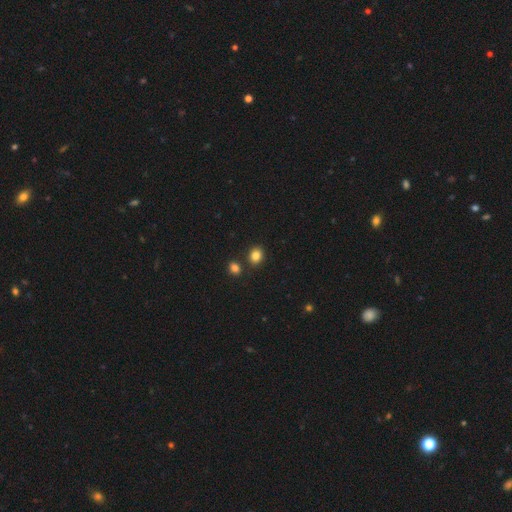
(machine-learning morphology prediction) Smooth or featured? smooth (84%)
How rounded? round (59%)
Merging? none (79%)